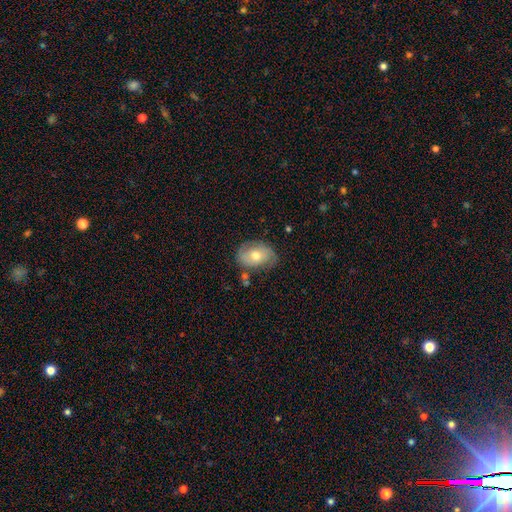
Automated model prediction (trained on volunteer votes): Smooth or featured? Predicted: smooth (p=0.52). How rounded? Predicted: in between (p=0.74). Merging? Predicted: none (p=0.63).